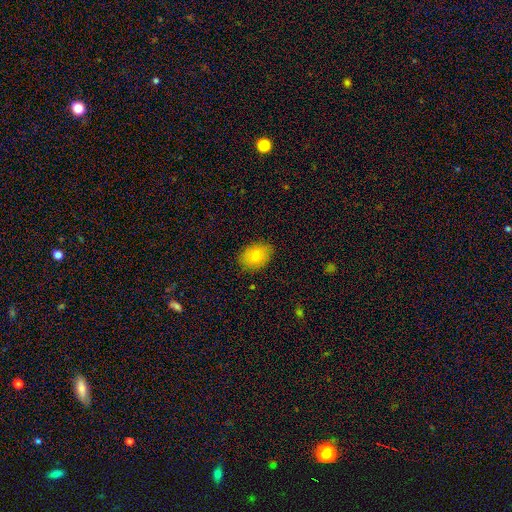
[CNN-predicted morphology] A smooth galaxy with no disk features (80%) that is in between round and cigar-shaped (73%).

Vote fractions:
- Smooth or featured? smooth: 80% / featured or disk: 12% / star or artifact: 8%
- How rounded? in between: 73% / round: 26% / cigar-shaped: 1%
- Merging? none: 84% / minor disturbance: 12% / major disturbance: 2% / merger: 1%